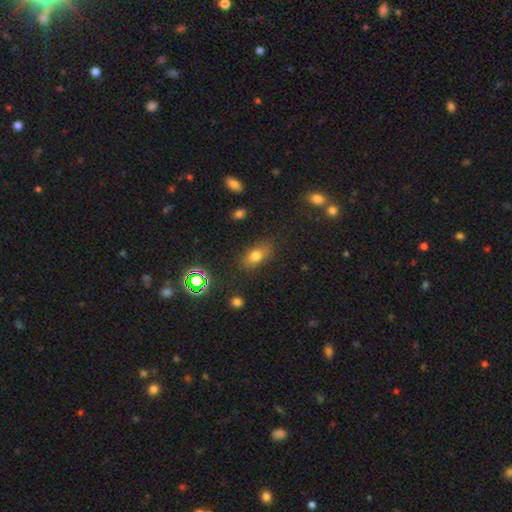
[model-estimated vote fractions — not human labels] Smooth or featured? Predicted: smooth (p=0.71). How rounded? Predicted: in between (p=0.78). Merging? Predicted: none (p=0.80).